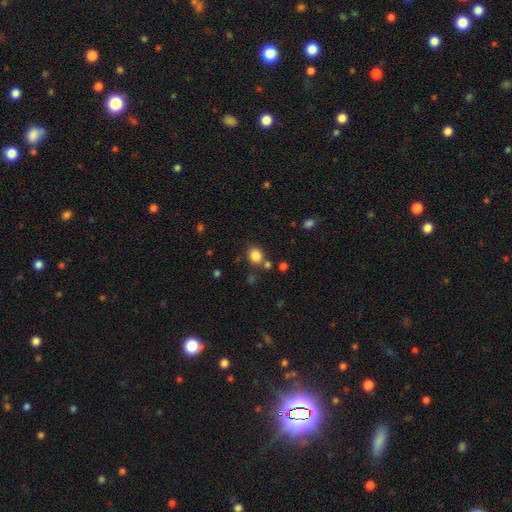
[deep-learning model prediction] Overall: smooth (84%). How rounded: round (67%; in between 32%). Merging: none (75%).